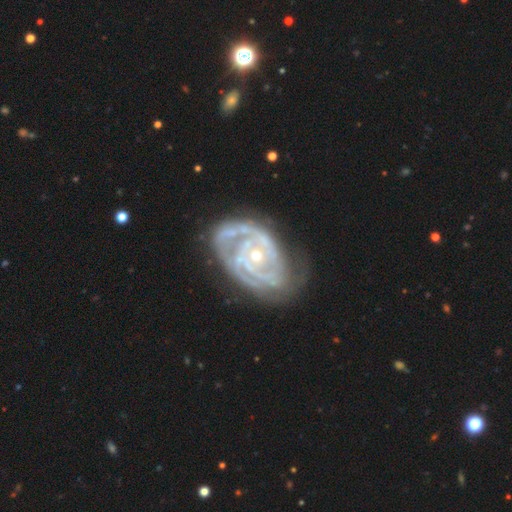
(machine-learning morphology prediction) Overall: featured or disk (89%). Edge-on disk: no (97%). Bar: no (73%). Spiral arms: yes (95%). Spiral arm count: 2 (33%; 3 26%). Spiral winding: tight (67%; medium 27%). Bulge size: small (66%; moderate 31%). Merging: none (55%; minor disturbance 26%).